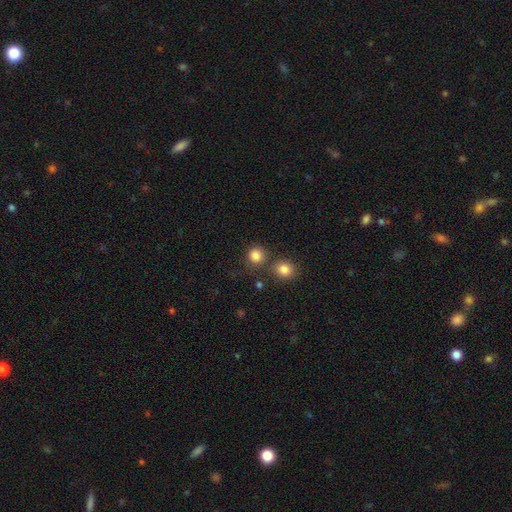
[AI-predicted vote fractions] The model was most divided on "merging": none: 72%, merger: 14%, minor disturbance: 10%, major disturbance: 4%. More confident: how rounded — round (88%); smooth or featured — smooth (84%).